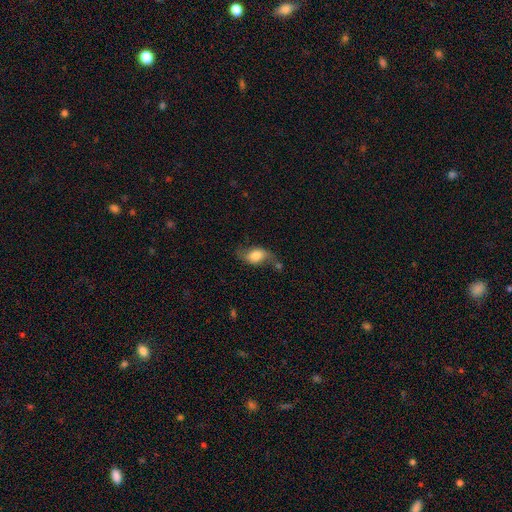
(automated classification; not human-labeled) This appears to be a smooth galaxy with no disk features (63%) that is in between round and cigar-shaped (85%). Merging: none (49%).